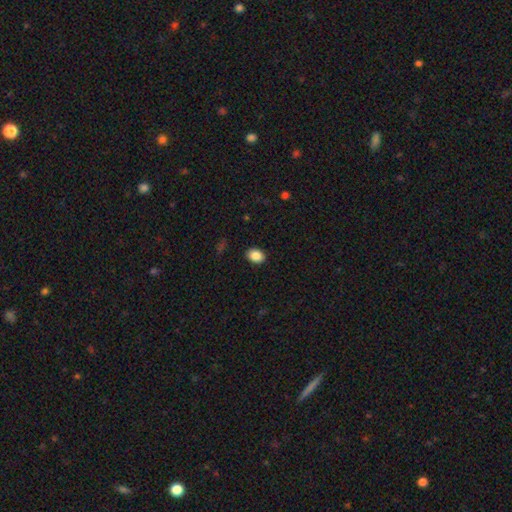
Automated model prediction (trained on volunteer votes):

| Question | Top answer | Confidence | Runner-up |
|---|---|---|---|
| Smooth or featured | smooth | 87% | star or artifact (9%) |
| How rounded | in between | 64% | round (35%) |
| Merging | none | 90% | minor disturbance (7%) |